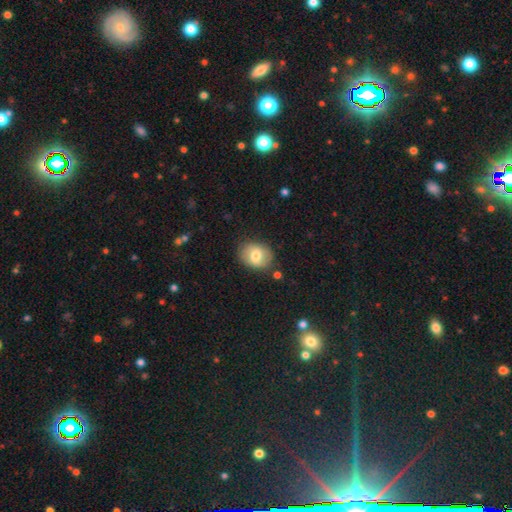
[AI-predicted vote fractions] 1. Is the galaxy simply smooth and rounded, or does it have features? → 70% smooth, 22% featured or disk, 8% star or artifact.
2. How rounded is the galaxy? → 53% in between, 46% round, 1% cigar-shaped.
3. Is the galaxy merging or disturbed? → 82% none, 13% minor disturbance, 3% major disturbance, 2% merger.